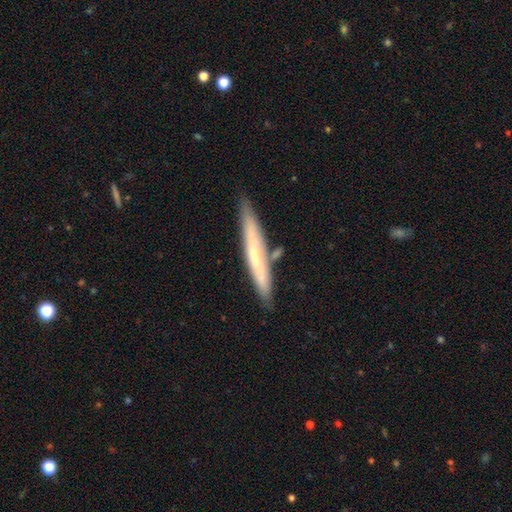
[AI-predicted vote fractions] smooth 53%, featured or disk 41%, star or artifact 7%. Down the decision tree: how rounded — cigar-shaped (94%); merging — none (79%).